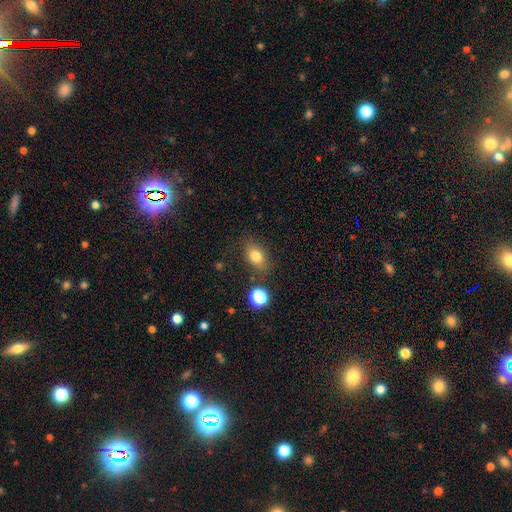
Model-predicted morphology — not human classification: Overall: smooth (78%). How rounded: in between (74%). Merging: none (80%).